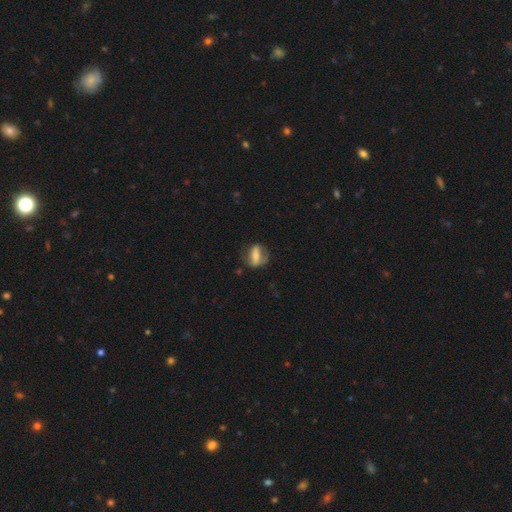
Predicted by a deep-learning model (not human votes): Morphology: type=smooth (48%); merging=none (61%).